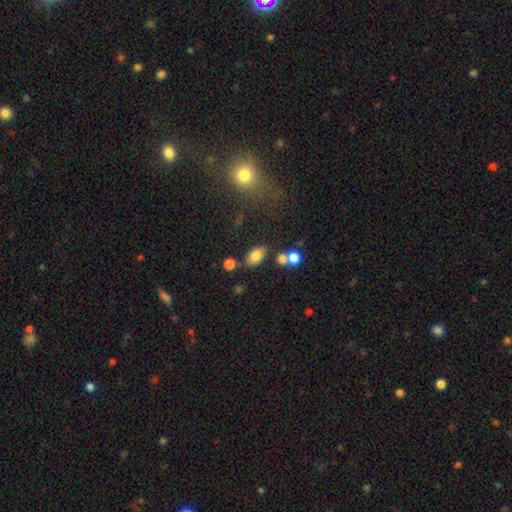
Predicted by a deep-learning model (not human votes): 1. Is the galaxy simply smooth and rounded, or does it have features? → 79% smooth, 11% featured or disk, 10% star or artifact.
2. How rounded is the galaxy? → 89% in between, 8% round, 3% cigar-shaped.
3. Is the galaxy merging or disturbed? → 72% none, 13% minor disturbance, 11% merger, 4% major disturbance.